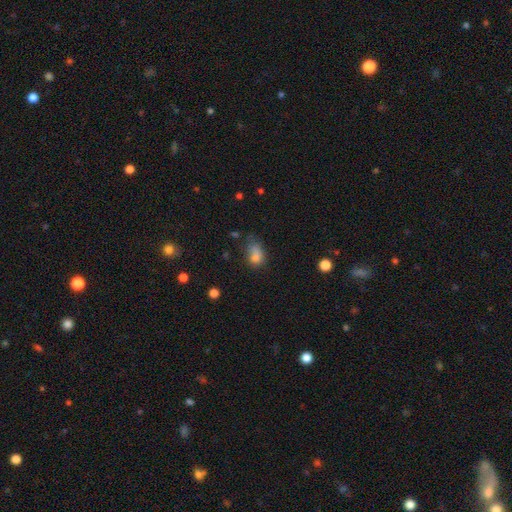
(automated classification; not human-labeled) A smooth galaxy with no disk features (75%) that is in between round and cigar-shaped (73%). Merging: none (32%).